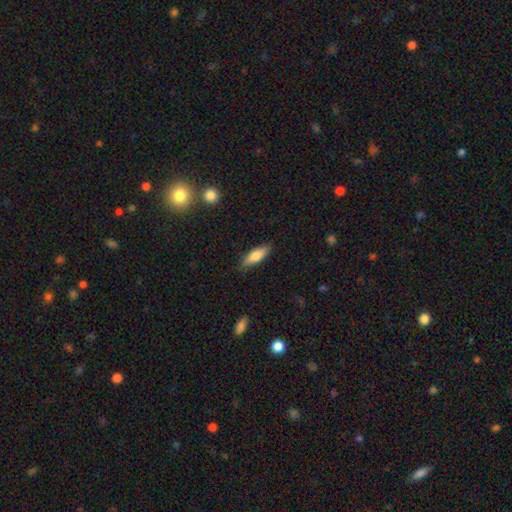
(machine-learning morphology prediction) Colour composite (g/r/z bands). It shows a smooth galaxy with no disk features (77%) that is in between round and cigar-shaped (56%). Merging: none (84%).